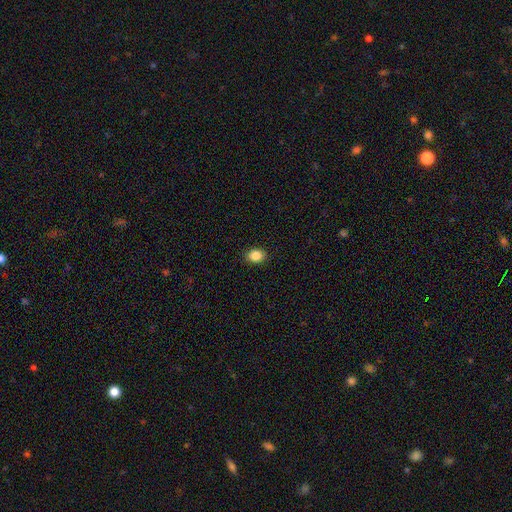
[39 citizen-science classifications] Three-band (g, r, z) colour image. It shows a smooth galaxy with no disk features (85%) that is in between round and cigar-shaped (55%). Merging: none (97%).